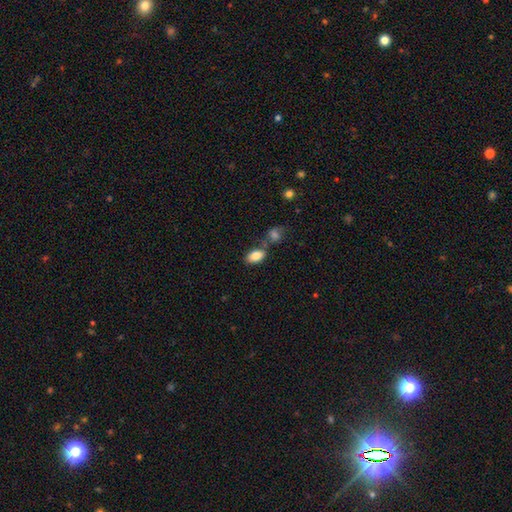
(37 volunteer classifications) Volunteers were most divided on "merging": none: 71%, merger: 11%, minor disturbance: 9%, major disturbance: 9%. More confident: how rounded — in between (94%); smooth or featured — smooth (86%).